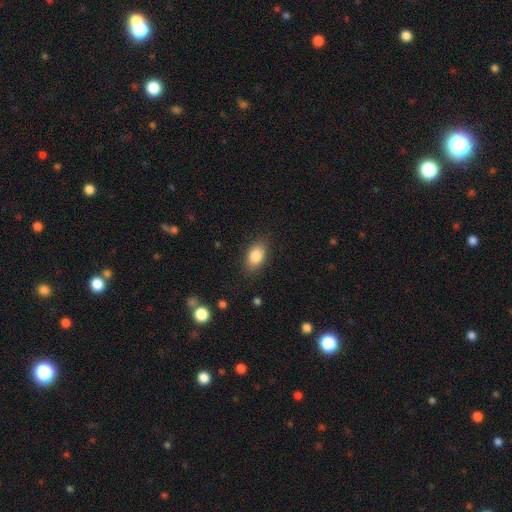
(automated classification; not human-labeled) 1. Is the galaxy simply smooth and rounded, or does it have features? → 84% smooth, 8% featured or disk, 8% star or artifact.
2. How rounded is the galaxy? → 87% in between, 10% round, 3% cigar-shaped.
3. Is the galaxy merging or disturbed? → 84% none, 11% minor disturbance, 3% major disturbance, 1% merger.